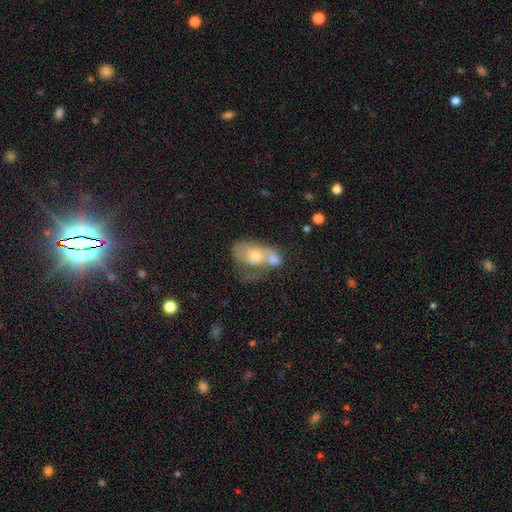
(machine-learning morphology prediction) Overall: smooth (48%; featured or disk 44%). Merging: merger (62%).